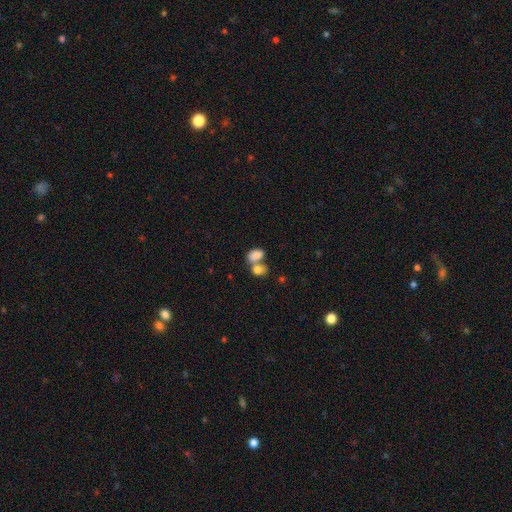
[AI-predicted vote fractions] smooth-or-featured: smooth: 82% | featured or disk: 10% | star or artifact: 9%
  how-rounded: in between: 81% | round: 17% | cigar-shaped: 1%
  merging: merger: 61% | none: 26% | minor disturbance: 8% | major disturbance: 5%